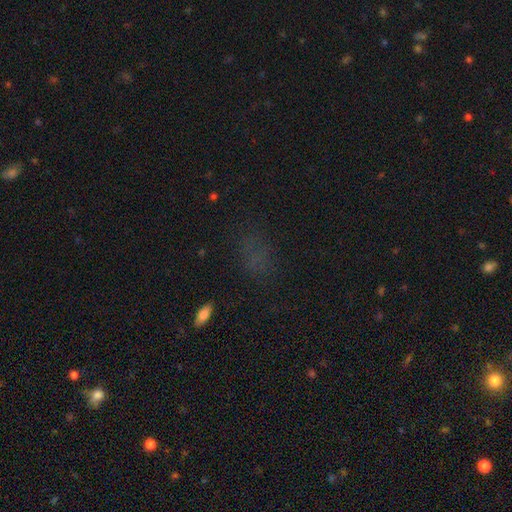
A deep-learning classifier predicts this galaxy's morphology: A smooth galaxy with no disk features (53%) that is in between round and cigar-shaped (70%).

Vote fractions:
- Smooth or featured? smooth: 53% / star or artifact: 36% / featured or disk: 11%
- How rounded? in between: 70% / round: 25% / cigar-shaped: 5%
- Merging? none: 70% / minor disturbance: 17% / major disturbance: 11% / merger: 3%